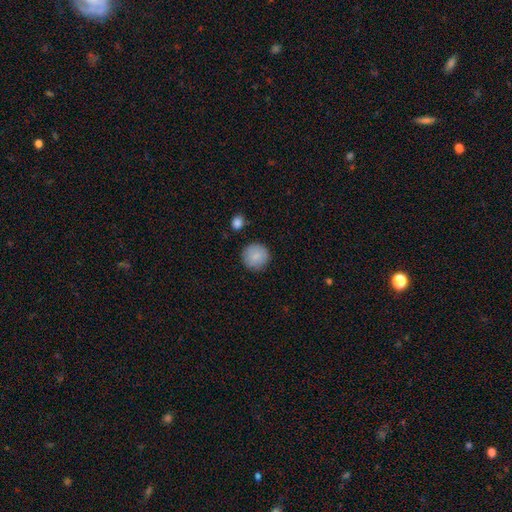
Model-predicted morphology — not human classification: type=smooth (86%); roundness=round (95%); merging=none (88%).